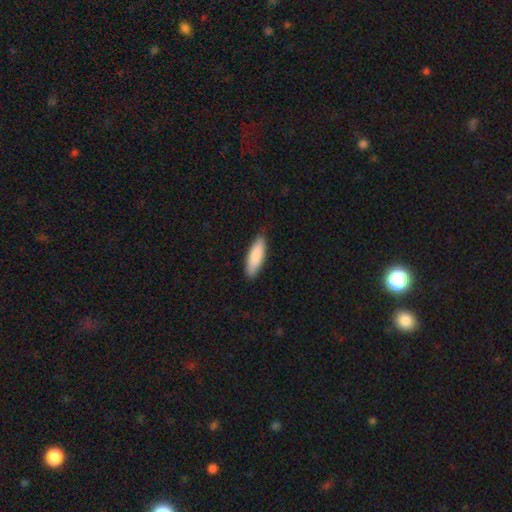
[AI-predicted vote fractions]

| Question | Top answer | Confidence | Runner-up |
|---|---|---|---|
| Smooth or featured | smooth | 88% | featured or disk (8%) |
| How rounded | cigar-shaped | 49% | tied: in between (49%) |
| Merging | none | 84% | minor disturbance (13%) |